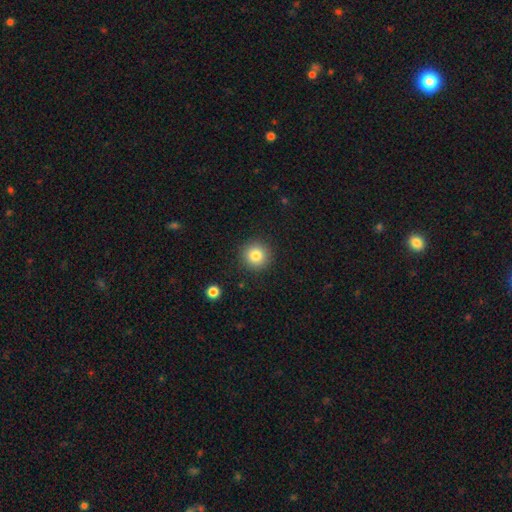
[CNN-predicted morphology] Overall: smooth (82%). How rounded: round (95%). Merging: none (91%).